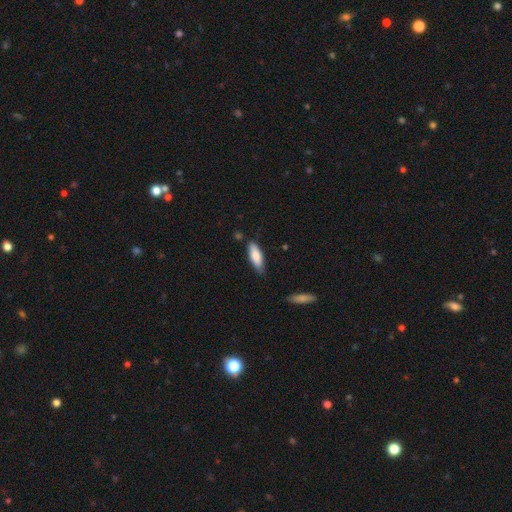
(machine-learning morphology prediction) Smooth or featured?
  - smooth: 82% *
  - featured or disk: 13%
  - star or artifact: 6%
How rounded?
  - in between: 58% *
  - cigar-shaped: 41%
  - round: 2%
Merging?
  - none: 78% *
  - minor disturbance: 17%
  - merger: 3%
  - major disturbance: 3%